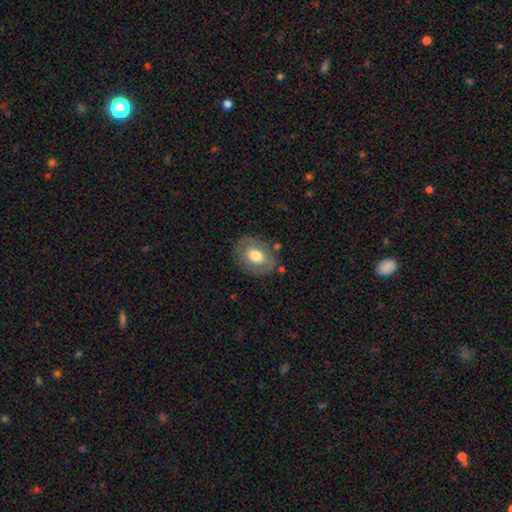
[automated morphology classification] The model was most divided on "smooth or featured": smooth: 62%, featured or disk: 31%, star or artifact: 7%. More confident: merging — none (78%); how rounded — in between (68%).